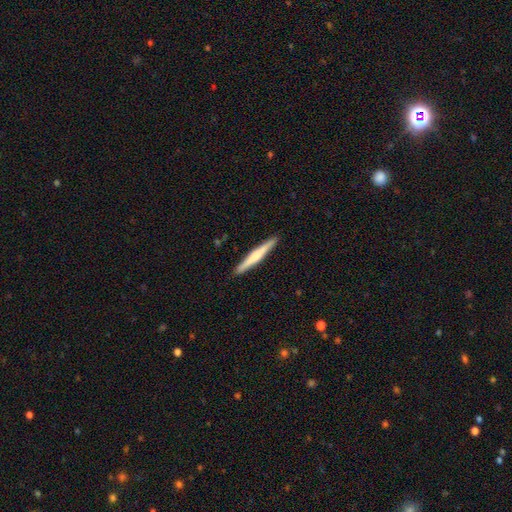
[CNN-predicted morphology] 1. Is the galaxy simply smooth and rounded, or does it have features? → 50% featured or disk, 45% smooth, 5% star or artifact.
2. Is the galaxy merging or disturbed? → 91% none, 6% minor disturbance, 1% major disturbance, 1% merger.